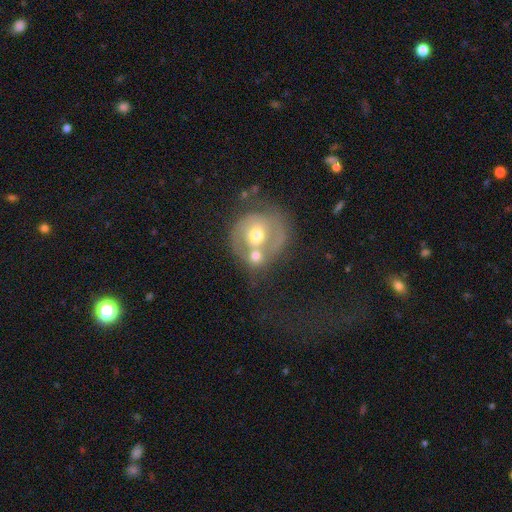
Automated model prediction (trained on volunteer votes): Smooth or featured?
  - featured or disk: 50% *
  - smooth: 42%
  - star or artifact: 9%
Merging?
  - merger: 51% *
  - none: 29%
  - minor disturbance: 11%
  - major disturbance: 9%